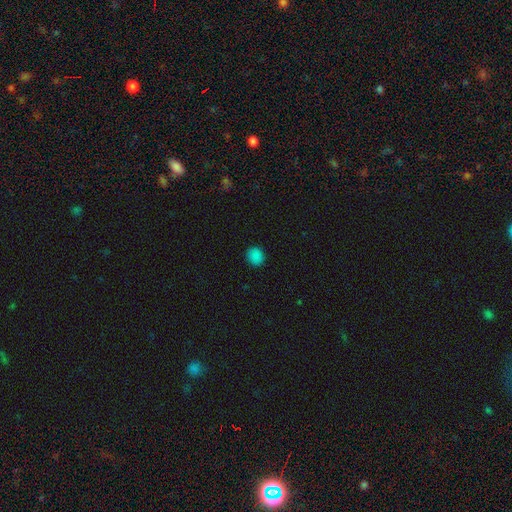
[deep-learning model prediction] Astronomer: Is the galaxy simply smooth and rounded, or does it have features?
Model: smooth — 85%.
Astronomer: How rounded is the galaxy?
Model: round — 80%.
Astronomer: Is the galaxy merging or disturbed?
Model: none — 90%.